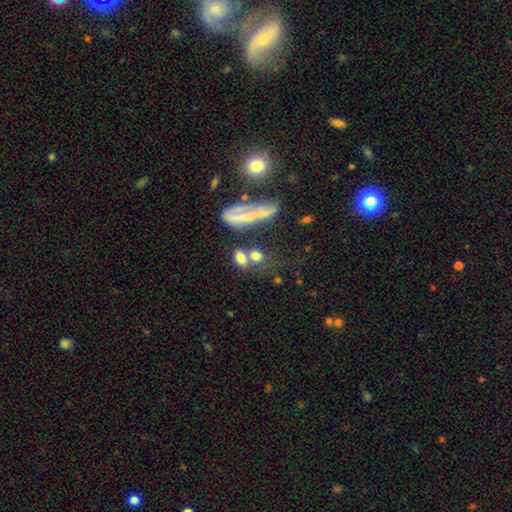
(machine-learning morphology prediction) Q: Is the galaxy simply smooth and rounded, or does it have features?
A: smooth — 69%.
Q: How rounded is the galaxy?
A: in between — 54%.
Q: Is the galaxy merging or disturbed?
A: none — 39%.